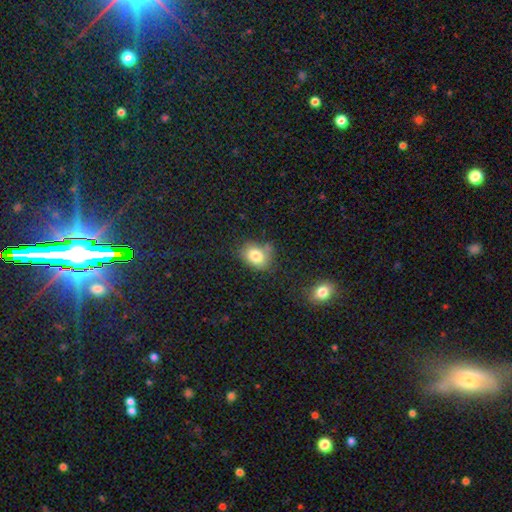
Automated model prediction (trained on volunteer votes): A smooth galaxy with no disk features (80%) that is in between round and cigar-shaped (60%). Merging: none (63%).